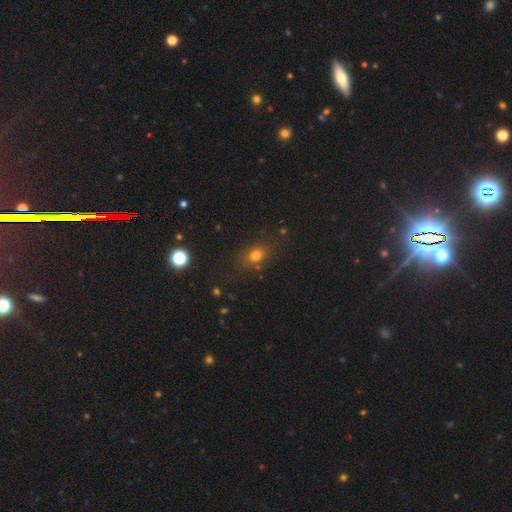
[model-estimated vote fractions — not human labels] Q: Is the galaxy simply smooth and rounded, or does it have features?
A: smooth — 73%.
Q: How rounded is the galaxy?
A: in between — 57%.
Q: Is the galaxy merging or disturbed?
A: none — 79%.